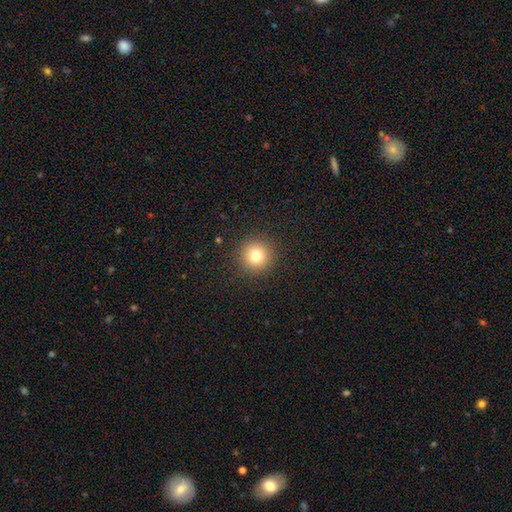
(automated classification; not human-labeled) smooth 79%, star or artifact 13%, featured or disk 8%. Down the decision tree: how rounded — round (96%); merging — none (92%).